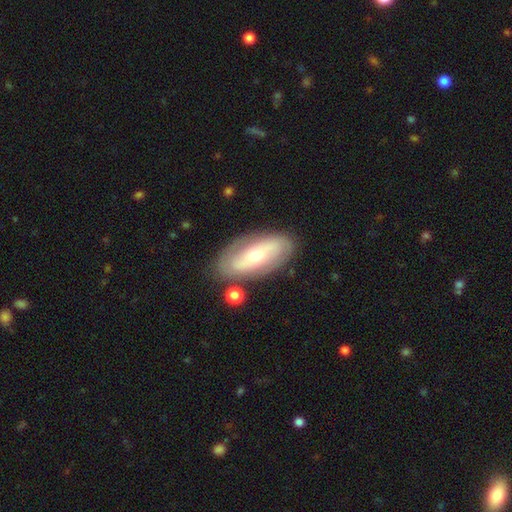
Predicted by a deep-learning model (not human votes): This is likely a featured or disk galaxy (61%). It is clearly not viewed edge-on (87%). Bar: possibly no (48%). Spiral arm pattern: likely yes (62%). Central bulge: possibly moderate (59%). Merging: likely none (79%).